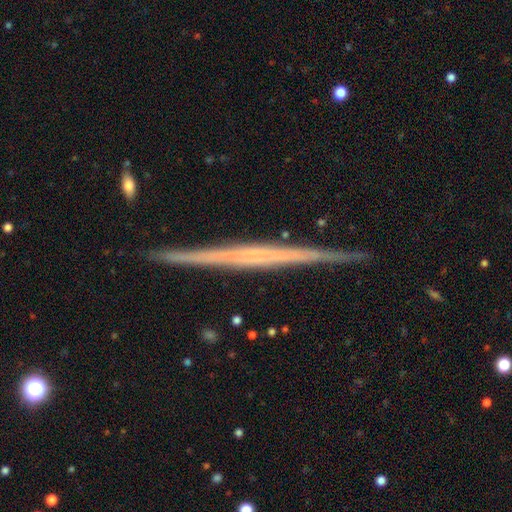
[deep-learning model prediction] Smooth or featured? Predicted: featured or disk (p=0.76). Edge-on disk? Predicted: yes (p=0.98). Edge-on bulge? Predicted: none (p=0.79). Merging? Predicted: none (p=0.91).